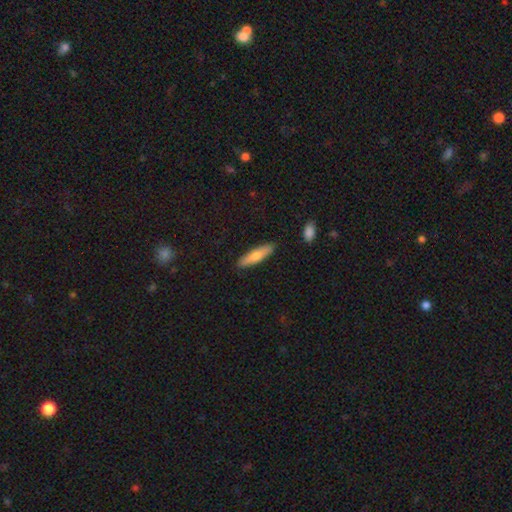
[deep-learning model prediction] smooth 70%, featured or disk 25%, star or artifact 6%. Down the decision tree: how rounded — cigar-shaped (73%); merging — none (89%).